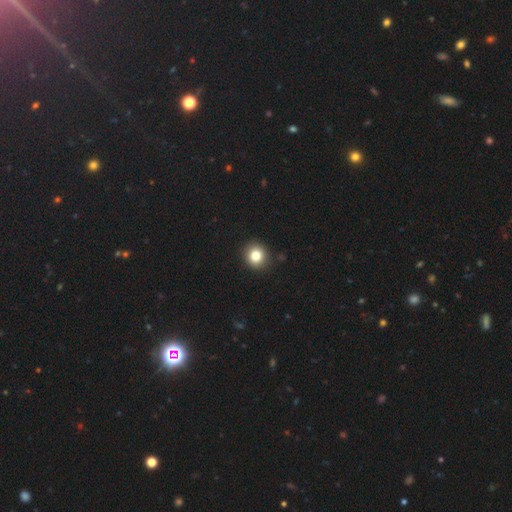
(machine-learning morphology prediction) Smooth or featured?
  - smooth: 82% *
  - star or artifact: 11%
  - featured or disk: 7%
How rounded?
  - round: 88% *
  - in between: 11%
  - cigar-shaped: 1%
Merging?
  - none: 91% *
  - minor disturbance: 6%
  - major disturbance: 2%
  - merger: 1%